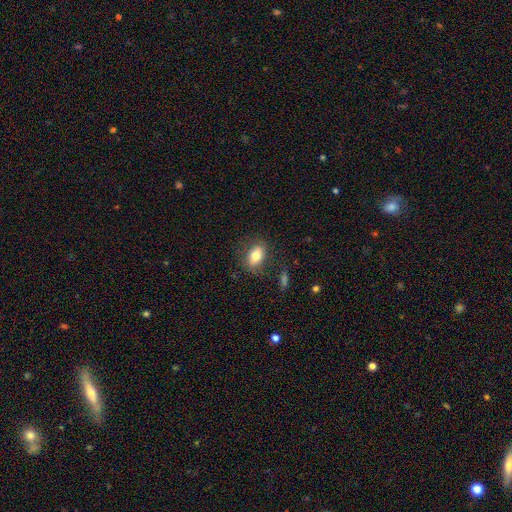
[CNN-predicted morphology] A smooth galaxy with no disk features (76%) that is in between round and cigar-shaped (83%). Merging: none (77%).